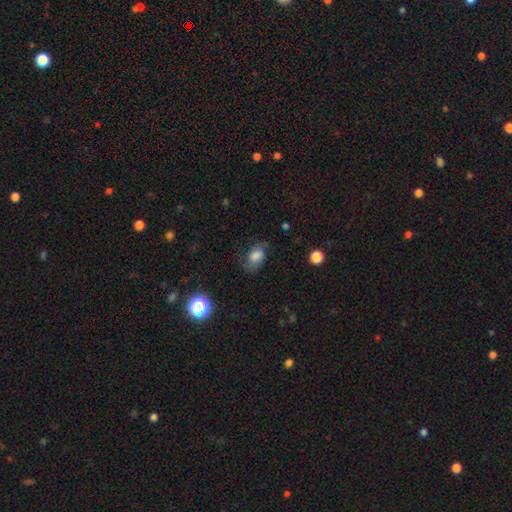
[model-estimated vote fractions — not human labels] Q: Smooth or featured?
A: smooth (56%); runner-up: featured or disk (32%)
Q: How rounded?
A: in between (77%); runner-up: round (22%)
Q: Merging?
A: none (59%); runner-up: minor disturbance (24%)